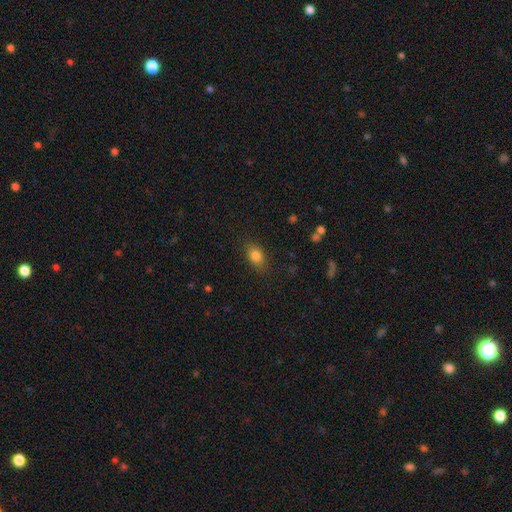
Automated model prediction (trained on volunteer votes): Morphology: type=smooth (82%); roundness=in between (78%); merging=none (84%).